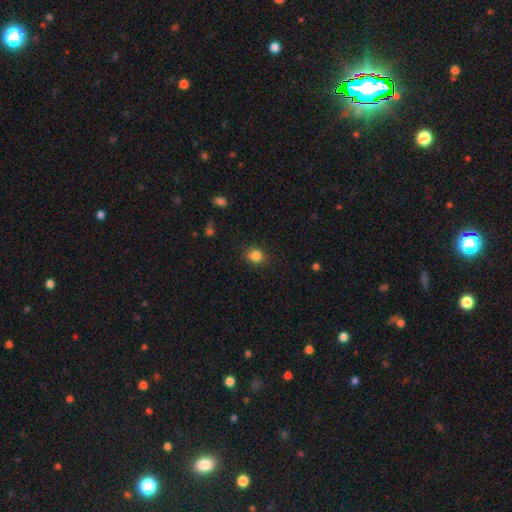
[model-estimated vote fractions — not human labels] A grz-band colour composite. It shows a smooth galaxy with no disk features (84%) that is round (74%). Merging: none (86%).